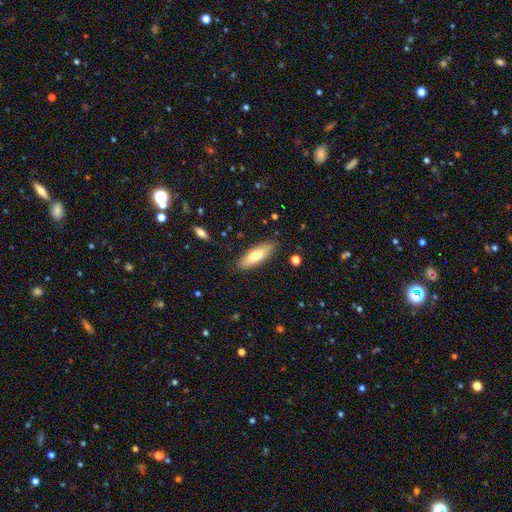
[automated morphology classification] A smooth galaxy with no disk features (72%) that is in between round and cigar-shaped (57%). Merging: none (86%).